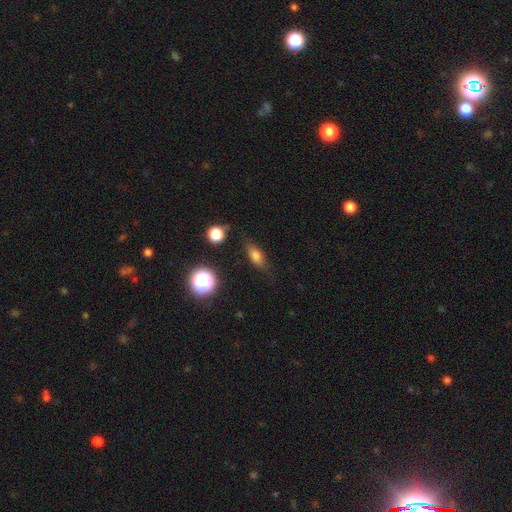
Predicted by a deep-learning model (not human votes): Overall: smooth (71%). How rounded: in between (70%). Merging: none (75%).